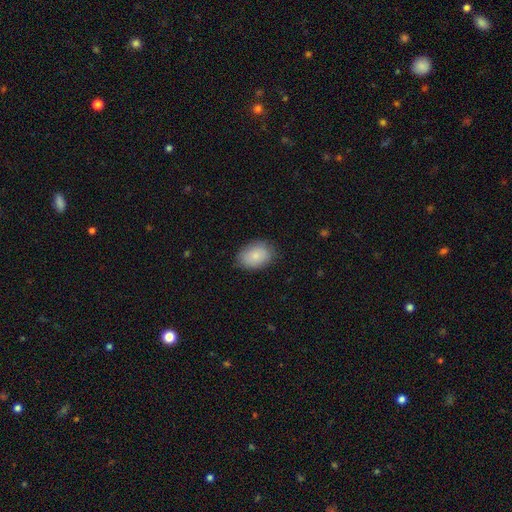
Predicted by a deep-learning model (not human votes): smooth-or-featured: smooth: 85% | featured or disk: 8% | star or artifact: 7%
  how-rounded: in between: 81% | round: 18% | cigar-shaped: 1%
  merging: none: 80% | minor disturbance: 16% | major disturbance: 3% | merger: 1%